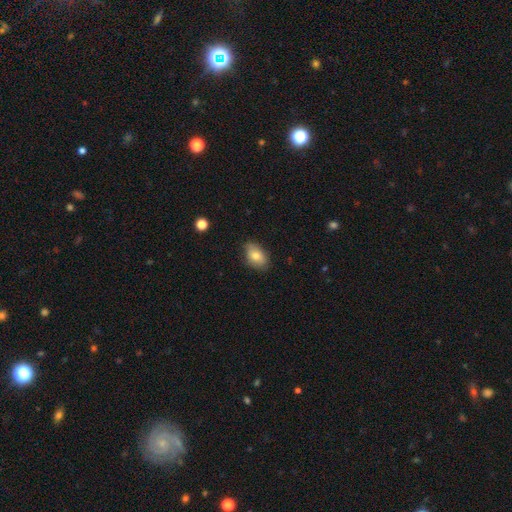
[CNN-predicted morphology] Overall: smooth (76%). How rounded: in between (86%). Merging: none (78%).